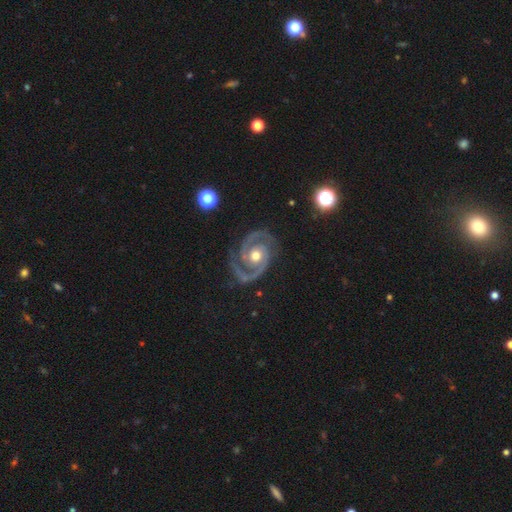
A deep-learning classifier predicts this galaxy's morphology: Q: Smooth or featured?
A: featured or disk (94%); runner-up: star or artifact (4%)
Q: Edge-on disk?
A: no (98%); runner-up: yes (2%)
Q: Bar?
A: no (73%); runner-up: weak (20%)
Q: Spiral arms?
A: yes (99%); runner-up: no (1%)
Q: Spiral winding?
A: tight (51%); runner-up: medium (43%)
Q: Spiral arm count?
A: 2 (93%); runner-up: 3 (2%)
Q: Bulge size?
A: moderate (78%); runner-up: small (13%)
Q: Merging?
A: none (79%); runner-up: minor disturbance (14%)